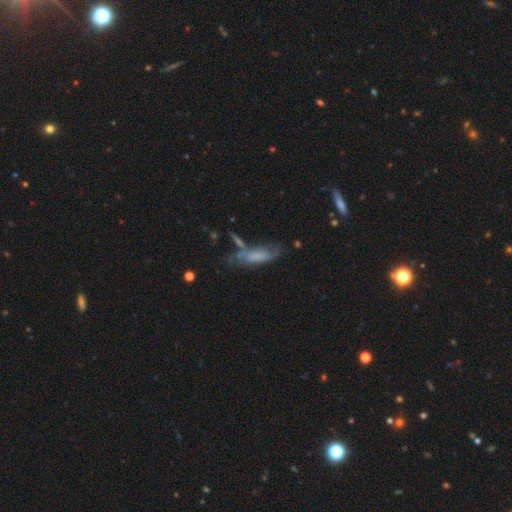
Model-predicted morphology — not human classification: Q: Smooth or featured?
A: smooth (53%); runner-up: featured or disk (37%)
Q: How rounded?
A: in between (50%); runner-up: cigar-shaped (48%)
Q: Merging?
A: none (48%); runner-up: minor disturbance (25%)